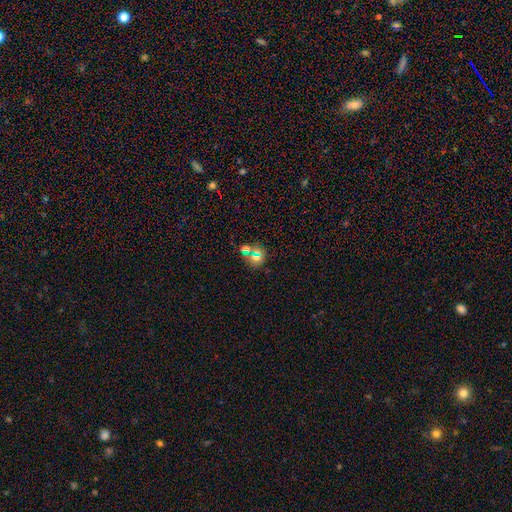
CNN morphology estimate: smooth_or_featured: smooth (p=0.52) [alt: star or artifact p=0.35]
how_rounded: round (p=0.84) [alt: in between p=0.14]
merging: none (p=0.71) [alt: merger p=0.15]